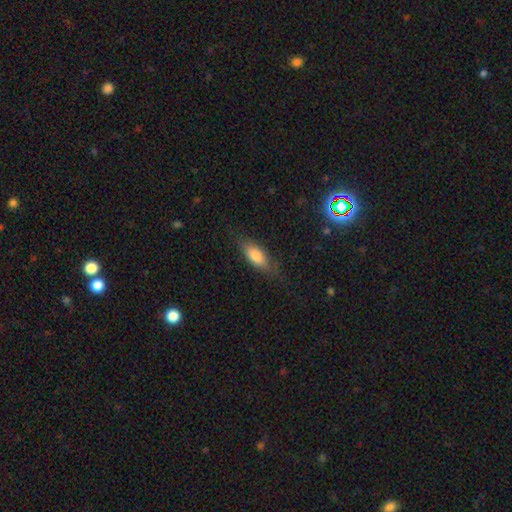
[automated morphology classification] smooth 75%, featured or disk 18%, star or artifact 7%. Down the decision tree: how rounded — in between (72%); merging — none (75%).